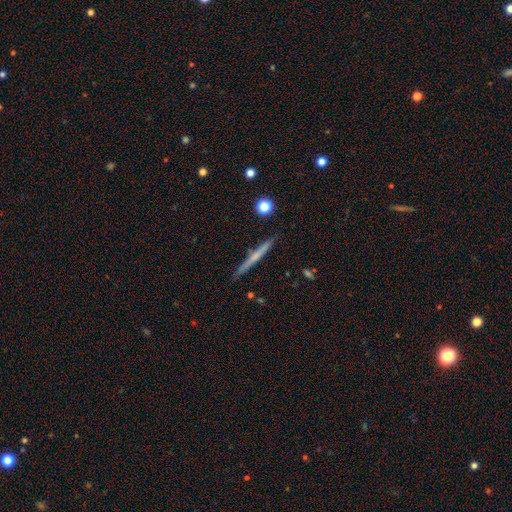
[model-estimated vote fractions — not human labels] smooth_or_featured: featured or disk (p=0.53) [alt: smooth p=0.41]
disk_edge_on: yes (p=0.97) [alt: no p=0.03]
edge_on_bulge: none (p=0.67) [alt: rounded p=0.28]
merging: none (p=0.89) [alt: minor disturbance p=0.08]